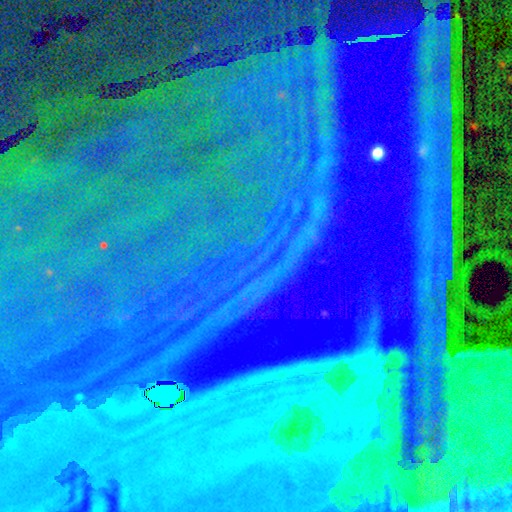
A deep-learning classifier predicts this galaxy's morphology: type=star or artifact (88%).